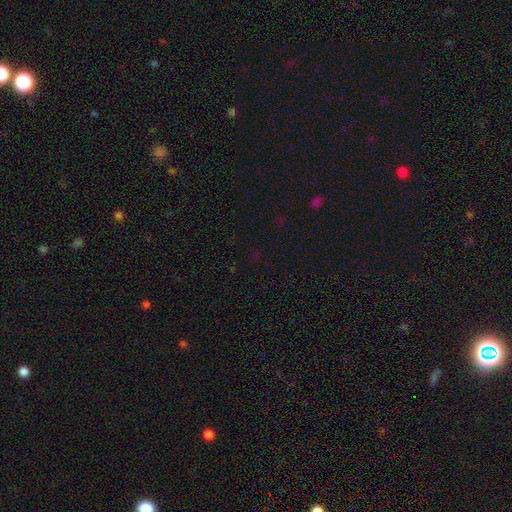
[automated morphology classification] type=star or artifact (70%).